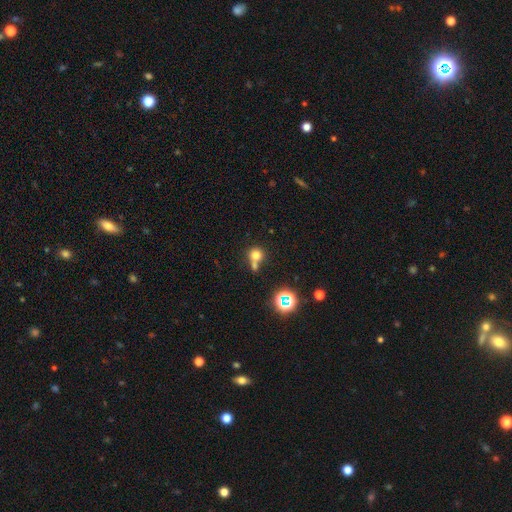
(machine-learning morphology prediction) Smooth or featured?
  - smooth: 73% *
  - star or artifact: 17%
  - featured or disk: 10%
How rounded?
  - round: 86% *
  - in between: 12%
  - cigar-shaped: 1%
Merging?
  - none: 48% *
  - merger: 38%
  - minor disturbance: 9%
  - major disturbance: 5%